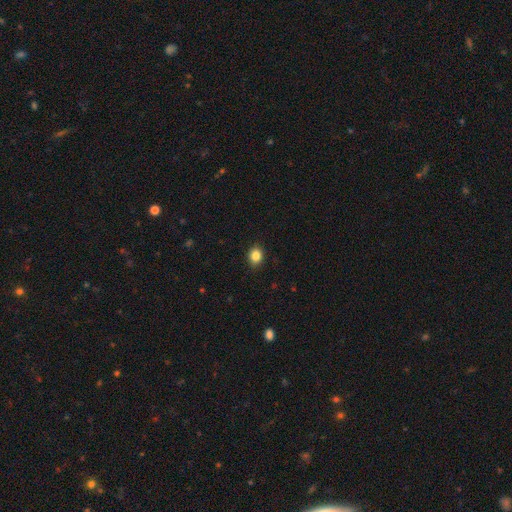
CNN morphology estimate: Smooth or featured? smooth (85%)
How rounded? round (64%)
Merging? none (89%)